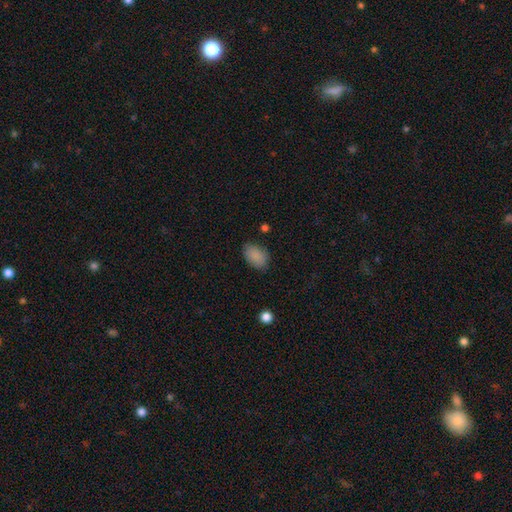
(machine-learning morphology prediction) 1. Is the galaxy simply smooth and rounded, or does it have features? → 88% smooth, 8% star or artifact, 4% featured or disk.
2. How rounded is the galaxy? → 87% in between, 11% round, 1% cigar-shaped.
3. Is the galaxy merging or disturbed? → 79% none, 16% minor disturbance, 3% major disturbance, 1% merger.